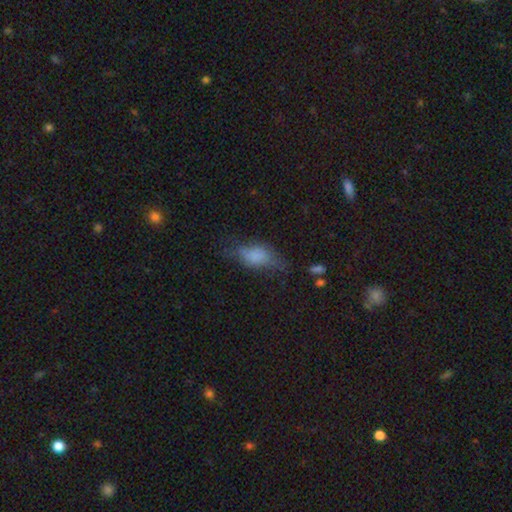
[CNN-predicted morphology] smooth-or-featured: smooth: 70% | featured or disk: 20% | star or artifact: 10%
  how-rounded: in between: 82% | cigar-shaped: 11% | round: 7%
  merging: none: 43% | minor disturbance: 32% | major disturbance: 22% | merger: 3%